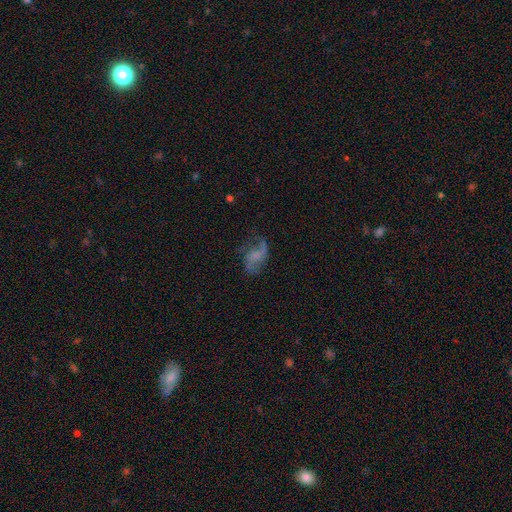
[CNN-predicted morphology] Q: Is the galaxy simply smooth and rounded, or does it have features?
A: featured or disk — 60%.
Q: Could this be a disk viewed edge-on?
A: no — 97%.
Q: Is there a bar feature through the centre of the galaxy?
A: no — 57%.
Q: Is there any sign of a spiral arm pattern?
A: yes — 81%.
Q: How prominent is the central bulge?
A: none — 57%.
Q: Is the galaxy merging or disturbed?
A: none — 51%.